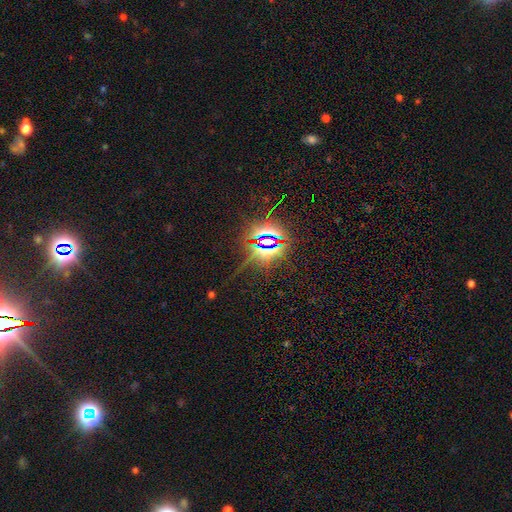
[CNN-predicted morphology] Overall: star or artifact (84%).